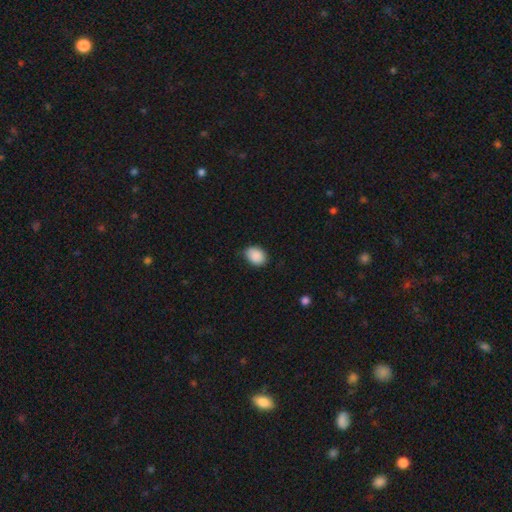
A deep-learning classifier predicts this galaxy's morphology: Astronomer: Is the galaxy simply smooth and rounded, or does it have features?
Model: smooth — 90%.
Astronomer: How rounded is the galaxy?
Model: in between — 67%.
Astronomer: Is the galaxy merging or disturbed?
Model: none — 79%.